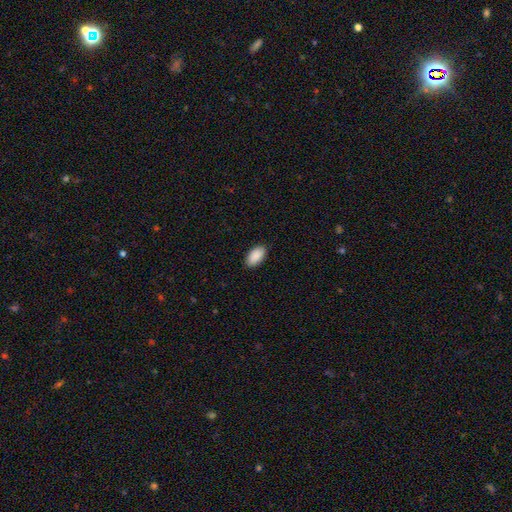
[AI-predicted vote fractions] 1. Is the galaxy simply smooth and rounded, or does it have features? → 91% smooth, 6% star or artifact, 3% featured or disk.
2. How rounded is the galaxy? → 95% in between, 3% round, 2% cigar-shaped.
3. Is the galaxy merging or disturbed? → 90% none, 8% minor disturbance, 2% major disturbance, 1% merger.